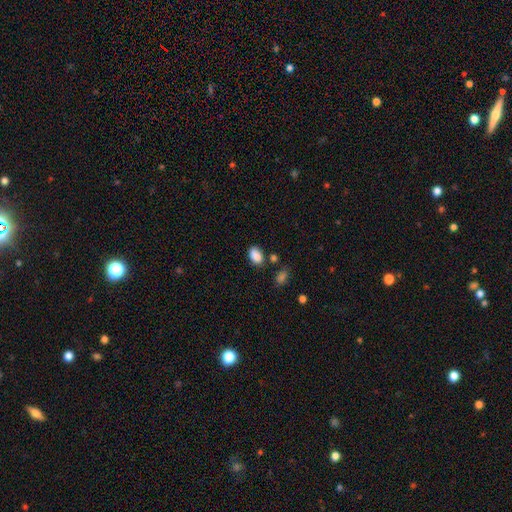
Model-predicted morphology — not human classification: Smooth or featured? Predicted: smooth (p=0.88). How rounded? Predicted: in between (p=0.87). Merging? Predicted: none (p=0.74).